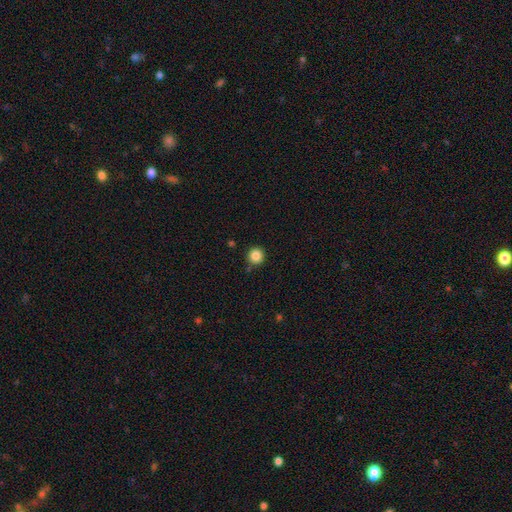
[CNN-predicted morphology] Smooth or featured? smooth (86%)
How rounded? round (95%)
Merging? none (86%)